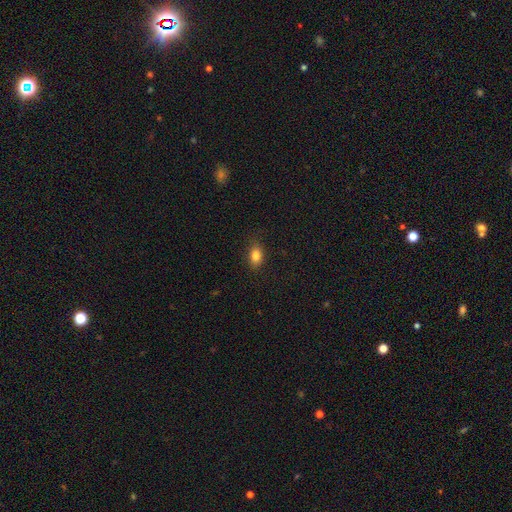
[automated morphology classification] This appears to be a smooth galaxy with no disk features (84%) that is in between round and cigar-shaped (80%). Merging: none (85%).